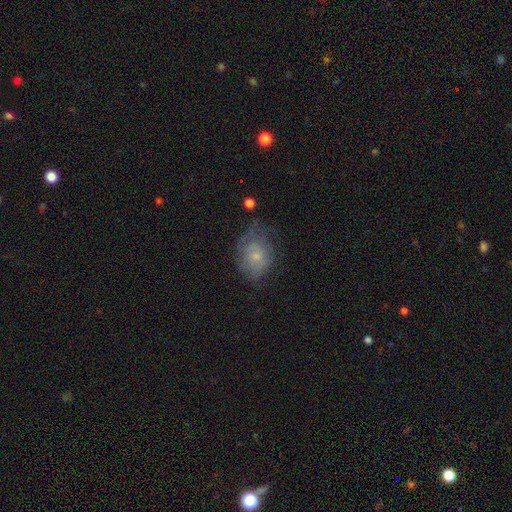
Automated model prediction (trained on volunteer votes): Smooth or featured? smooth (56%)
How rounded? in between (63%)
Merging? none (49%)